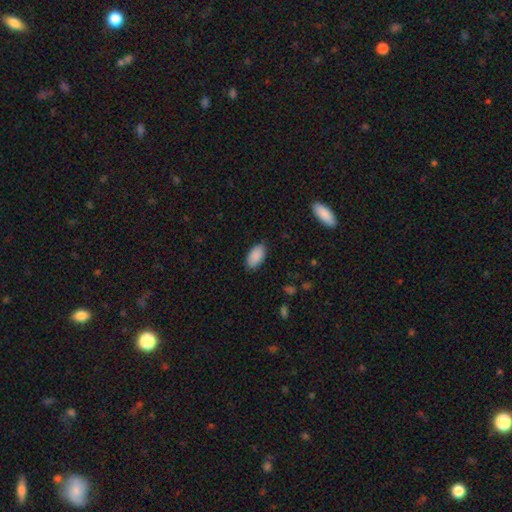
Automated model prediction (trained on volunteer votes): Morphology: type=smooth (90%); roundness=in between (95%); merging=none (85%).